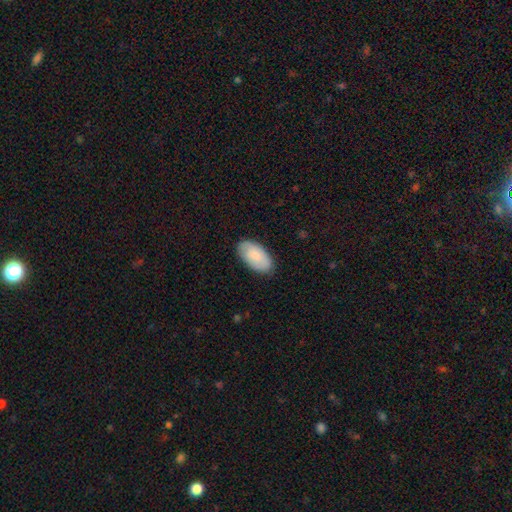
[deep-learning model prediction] This is likely a smooth galaxy (79%). How rounded: clearly in between (96%). Merging: clearly none (85%).